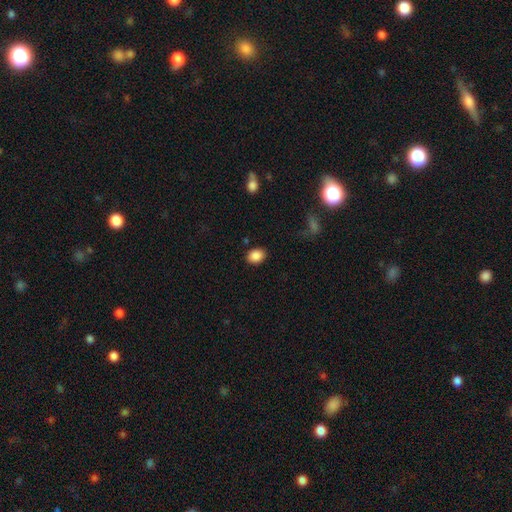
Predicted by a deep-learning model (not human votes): This appears to be a smooth galaxy with no disk features (88%) that is in between round and cigar-shaped (64%). Merging: none (87%).